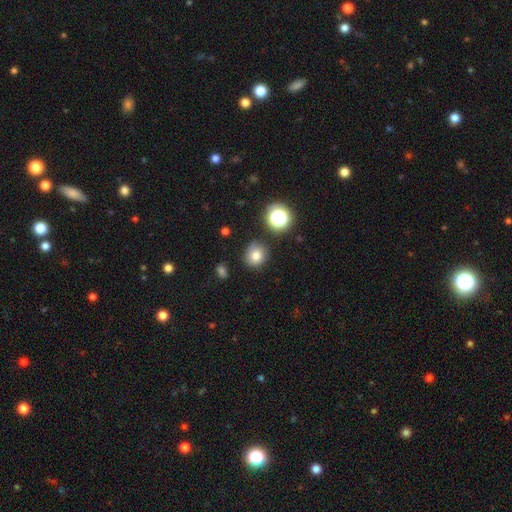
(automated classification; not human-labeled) Smooth or featured?
  - smooth: 76% *
  - star or artifact: 15%
  - featured or disk: 9%
How rounded?
  - round: 86% *
  - in between: 13%
  - cigar-shaped: 1%
Merging?
  - none: 80% *
  - minor disturbance: 13%
  - merger: 4%
  - major disturbance: 4%